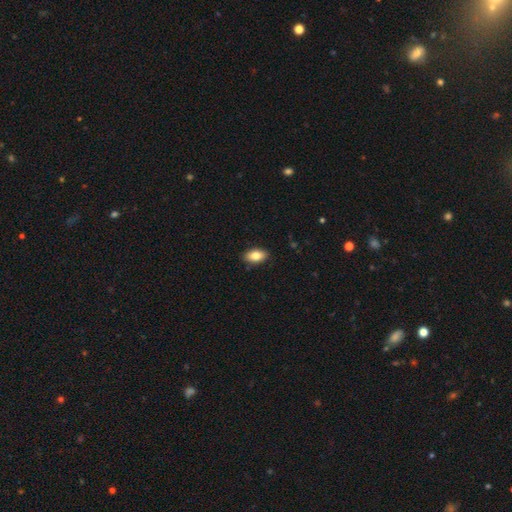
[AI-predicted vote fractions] This appears to be a smooth galaxy with no disk features (83%) that is in between round and cigar-shaped (91%). Merging: none (88%).